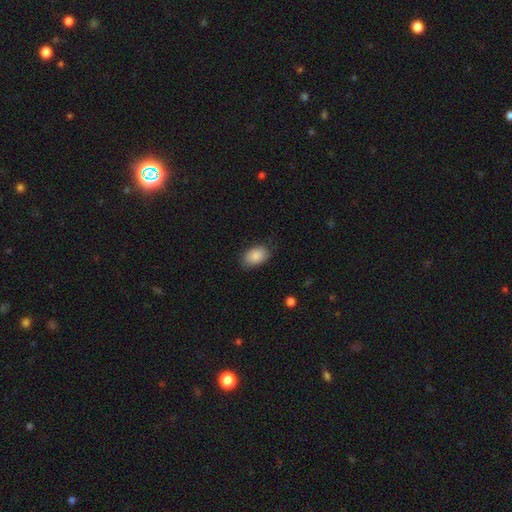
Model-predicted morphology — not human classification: Overall: smooth (89%). How rounded: in between (89%). Merging: none (79%).